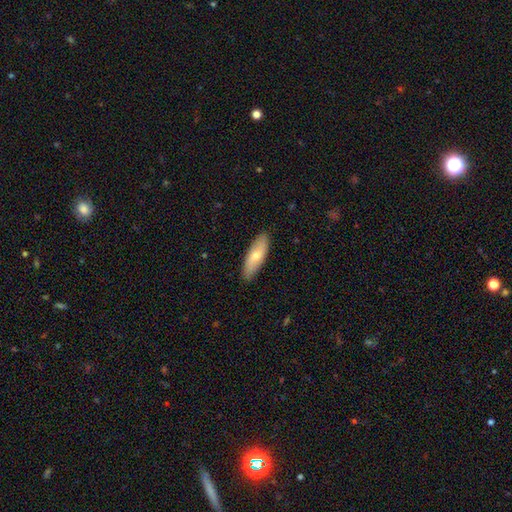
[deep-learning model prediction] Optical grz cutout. It shows a smooth galaxy with no disk features (64%) that is in between round and cigar-shaped (51%). Merging: none (88%).